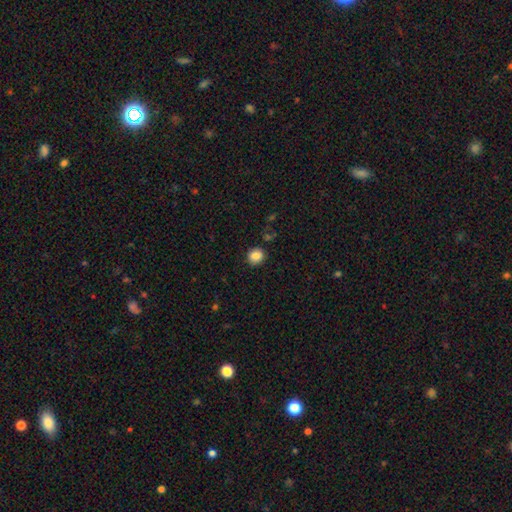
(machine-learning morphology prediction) Smooth or featured: smooth — 85% (star or artifact — 10%)
How rounded: round — 80% (in between — 20%)
Merging: none — 85% (minor disturbance — 10%)